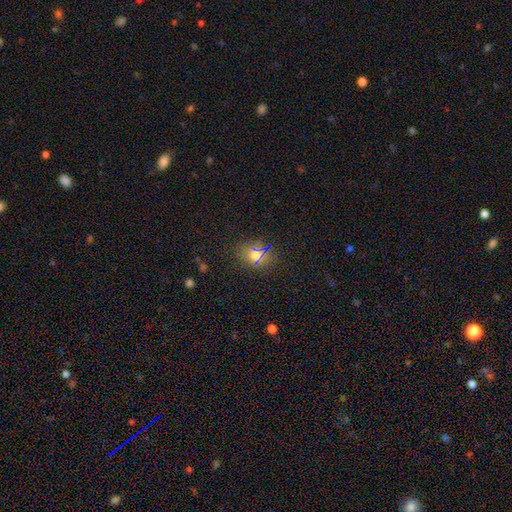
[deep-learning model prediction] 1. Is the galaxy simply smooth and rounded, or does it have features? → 58% smooth, 30% star or artifact, 12% featured or disk.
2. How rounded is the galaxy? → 58% round, 40% in between, 2% cigar-shaped.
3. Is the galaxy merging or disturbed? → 83% none, 10% minor disturbance, 4% major disturbance, 2% merger.